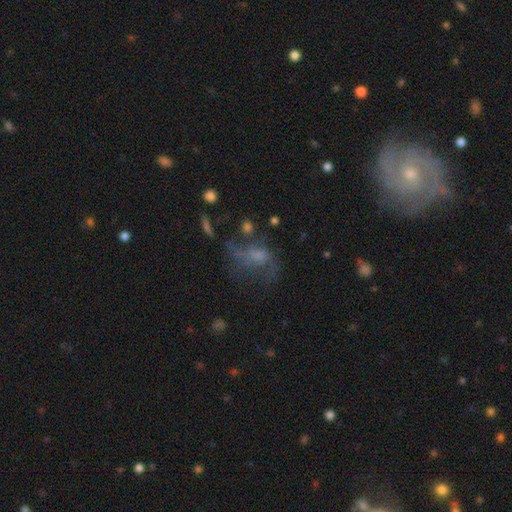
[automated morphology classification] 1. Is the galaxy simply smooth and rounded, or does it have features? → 48% featured or disk, 32% smooth, 21% star or artifact.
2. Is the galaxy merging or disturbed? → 39% major disturbance, 35% none, 18% minor disturbance, 7% merger.